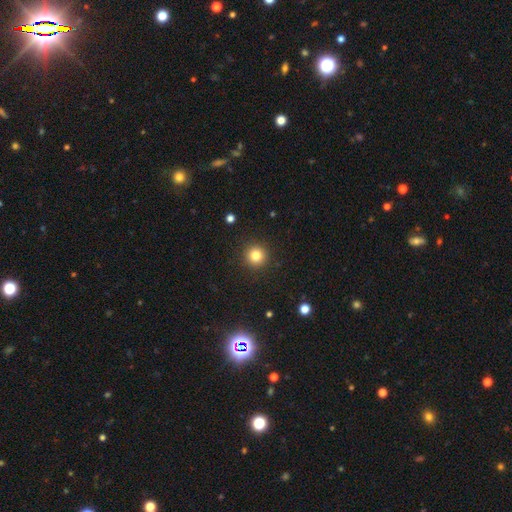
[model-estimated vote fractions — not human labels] Morphology: type=smooth (82%); roundness=round (96%); merging=none (92%).